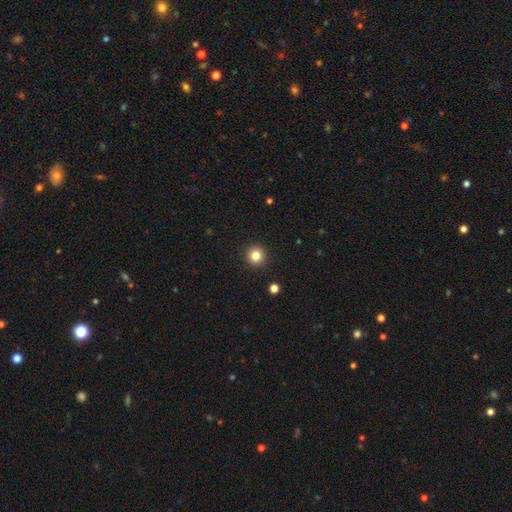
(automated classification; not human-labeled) Q: Smooth or featured?
A: smooth (82%); runner-up: star or artifact (12%)
Q: How rounded?
A: round (96%); runner-up: in between (3%)
Q: Merging?
A: none (93%); runner-up: minor disturbance (4%)